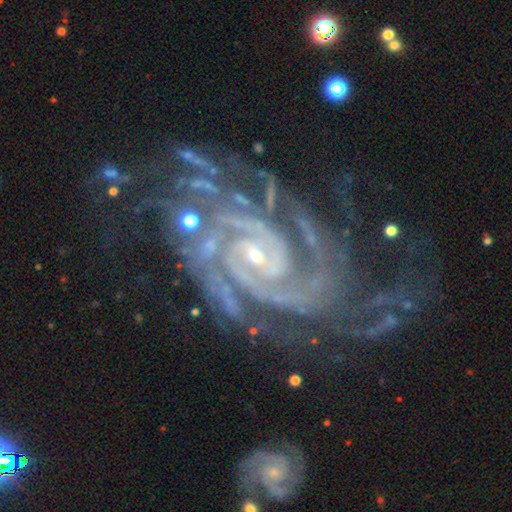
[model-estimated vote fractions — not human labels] smooth-or-featured: featured or disk: 93% | star or artifact: 5% | smooth: 2%
  disk-edge-on: no: 98% | yes: 2%
    bar: no: 49% | weak: 31% | strong: 20%
    has-spiral-arms: yes: 99% | no: 1%
      spiral-winding: tight: 77% | medium: 20% | loose: 3%
      spiral-arm-count: 2: 42% | 3: 19% | 4: 12% | can't tell: 11% | more than 4: 9% | 1: 7%
    bulge-size: small: 78% | moderate: 18% | none: 2% | large: 1% | dominant: 1%
  merging: none: 55% | minor disturbance: 24% | major disturbance: 16% | merger: 5%